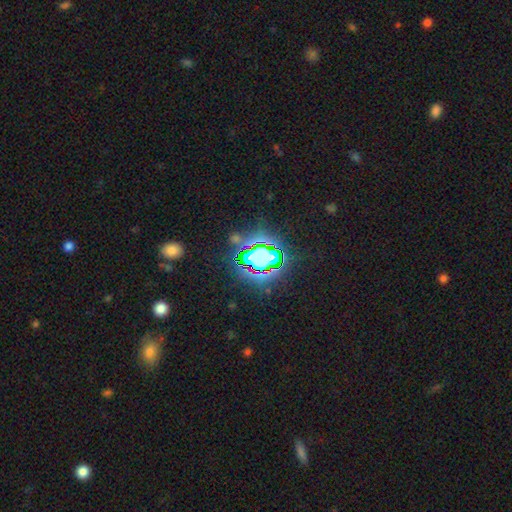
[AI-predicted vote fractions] smooth-or-featured: star or artifact: 82% | smooth: 11% | featured or disk: 7%